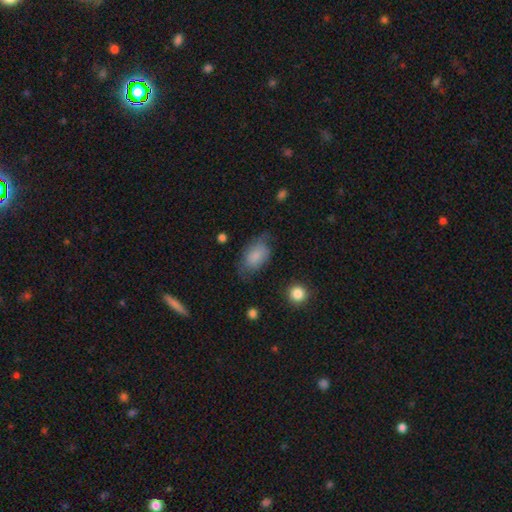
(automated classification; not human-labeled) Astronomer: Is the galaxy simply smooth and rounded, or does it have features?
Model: smooth — 76%.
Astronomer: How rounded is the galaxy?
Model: in between — 91%.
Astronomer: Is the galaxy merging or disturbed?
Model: none — 54% (runner-up: minor disturbance, 31%).